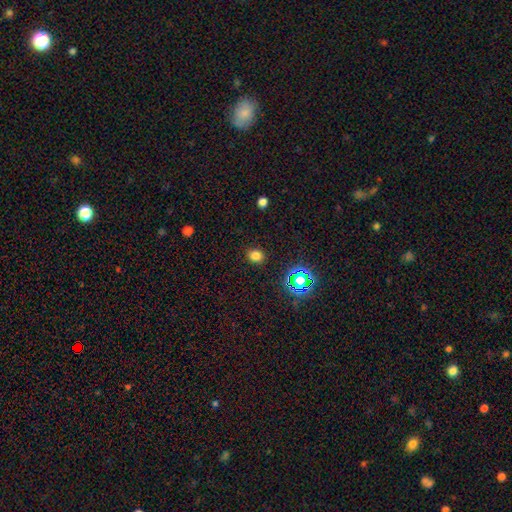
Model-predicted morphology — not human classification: This appears to be a smooth galaxy with no disk features (75%) that is round (64%). Merging: none (89%).